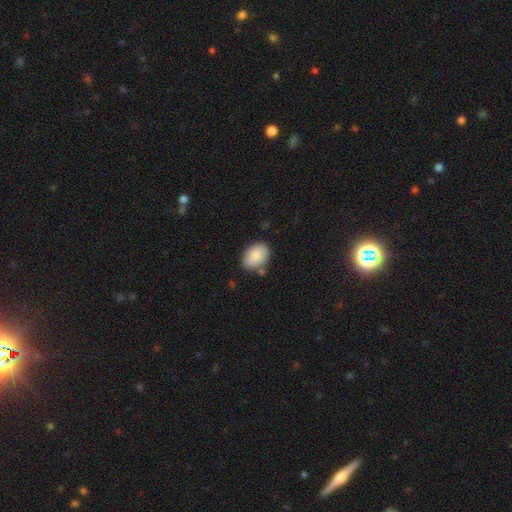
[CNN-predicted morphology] Smooth or featured: smooth — 85% (featured or disk — 8%)
How rounded: in between — 81% (round — 18%)
Merging: none — 73% (minor disturbance — 18%)